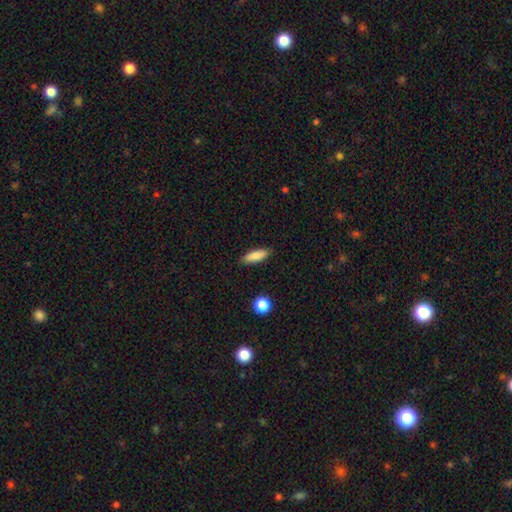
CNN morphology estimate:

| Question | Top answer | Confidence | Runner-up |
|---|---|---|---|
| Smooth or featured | smooth | 85% | featured or disk (9%) |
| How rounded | in between | 55% | cigar-shaped (43%) |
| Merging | none | 86% | minor disturbance (11%) |